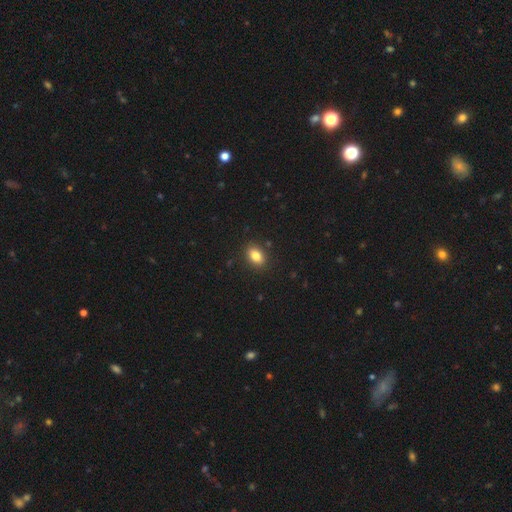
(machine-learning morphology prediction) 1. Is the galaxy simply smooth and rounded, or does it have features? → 83% smooth, 10% star or artifact, 7% featured or disk.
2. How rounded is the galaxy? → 79% in between, 19% round, 1% cigar-shaped.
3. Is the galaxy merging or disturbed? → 88% none, 8% minor disturbance, 2% major disturbance, 1% merger.